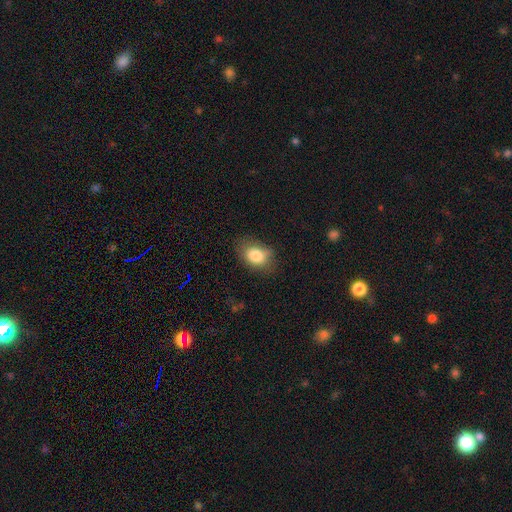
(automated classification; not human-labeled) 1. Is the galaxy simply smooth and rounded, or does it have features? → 82% smooth, 9% featured or disk, 9% star or artifact.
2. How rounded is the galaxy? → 76% in between, 22% round, 1% cigar-shaped.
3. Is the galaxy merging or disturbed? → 64% none, 26% minor disturbance, 8% major disturbance, 2% merger.